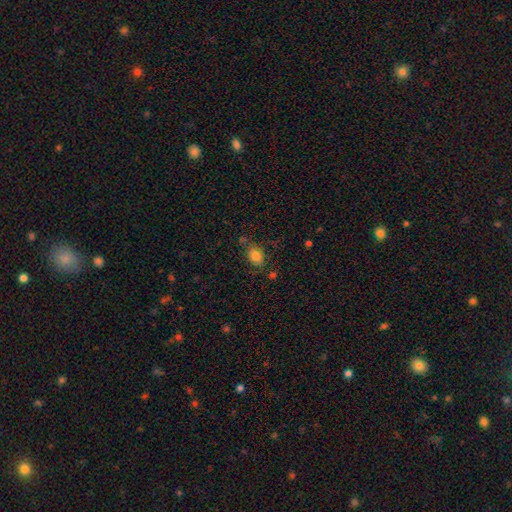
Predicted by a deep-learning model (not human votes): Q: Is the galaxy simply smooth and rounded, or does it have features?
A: smooth — 81%.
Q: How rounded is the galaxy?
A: in between — 75%.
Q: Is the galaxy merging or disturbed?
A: none — 71%.